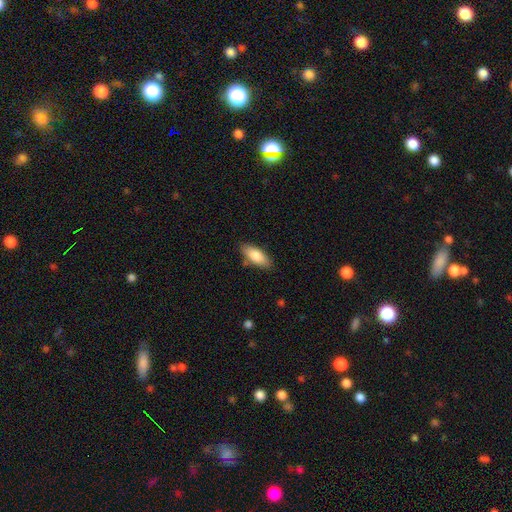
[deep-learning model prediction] smooth 83%, featured or disk 11%, star or artifact 6%. Down the decision tree: how rounded — in between (78%); merging — none (82%).